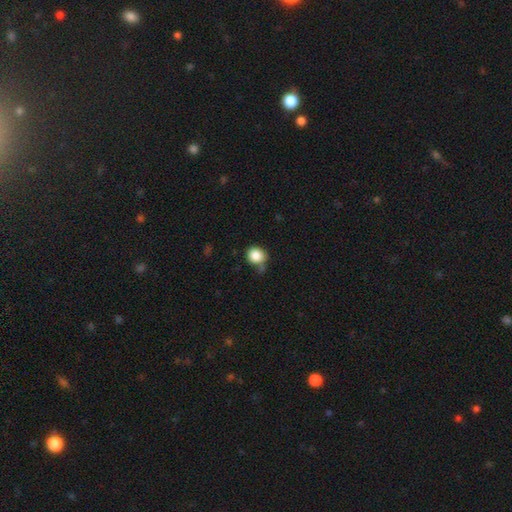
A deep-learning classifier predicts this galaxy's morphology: This is clearly a smooth galaxy (85%). How rounded: clearly round (85%). Merging: likely none (61%).